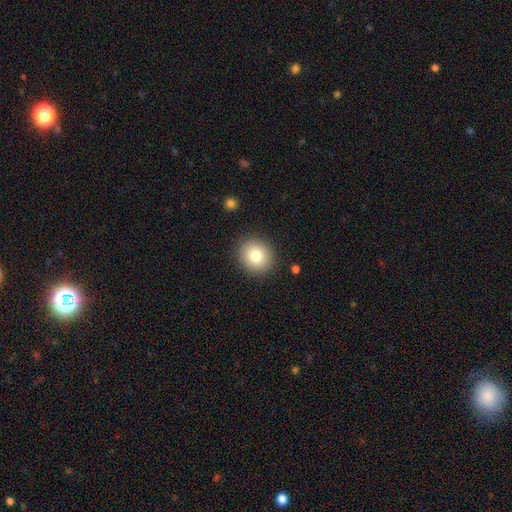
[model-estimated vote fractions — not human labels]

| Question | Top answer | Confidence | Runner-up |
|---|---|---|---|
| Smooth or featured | smooth | 78% | featured or disk (11%) |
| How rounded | round | 84% | in between (15%) |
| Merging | none | 89% | minor disturbance (7%) |